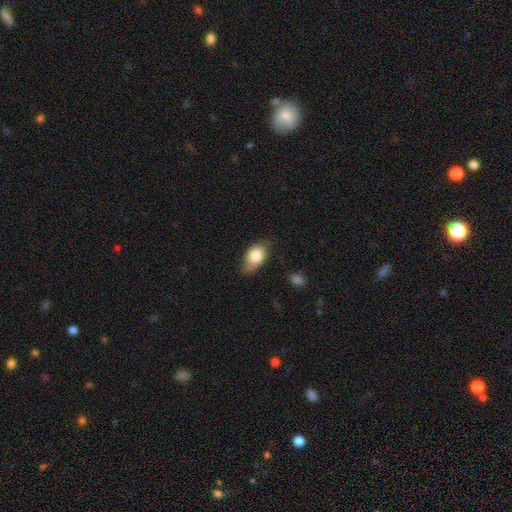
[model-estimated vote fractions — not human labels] Smooth or featured? smooth (78%)
How rounded? in between (87%)
Merging? none (52%)